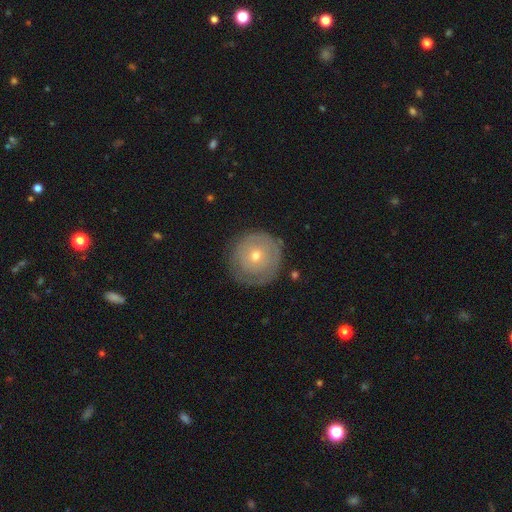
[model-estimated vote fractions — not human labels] Smooth or featured? featured or disk (49%)
Merging? none (78%)